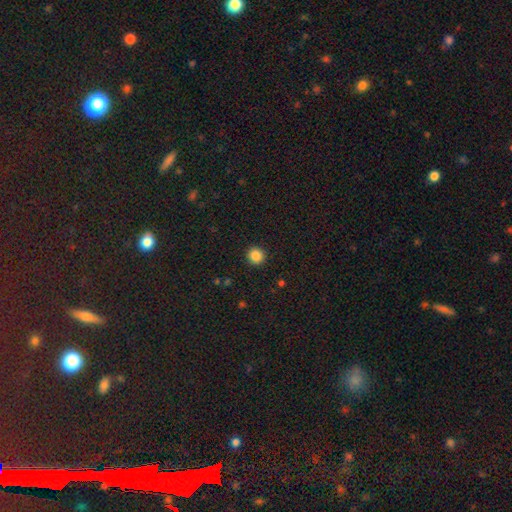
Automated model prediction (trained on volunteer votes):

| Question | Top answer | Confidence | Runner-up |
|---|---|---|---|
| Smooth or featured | smooth | 86% | star or artifact (10%) |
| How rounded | round | 93% | in between (6%) |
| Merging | none | 93% | minor disturbance (5%) |